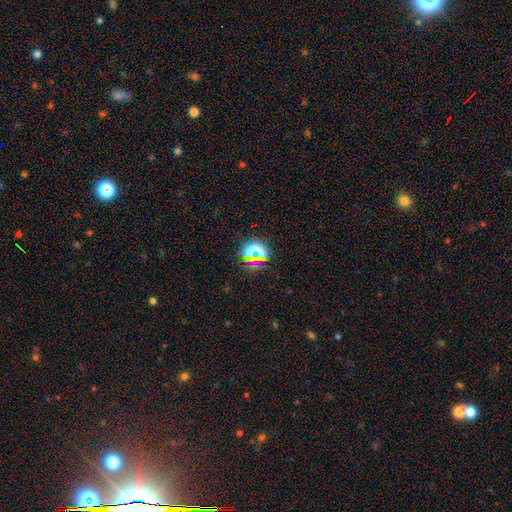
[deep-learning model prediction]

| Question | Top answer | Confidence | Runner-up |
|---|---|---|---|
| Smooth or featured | star or artifact | 62% | smooth (27%) |